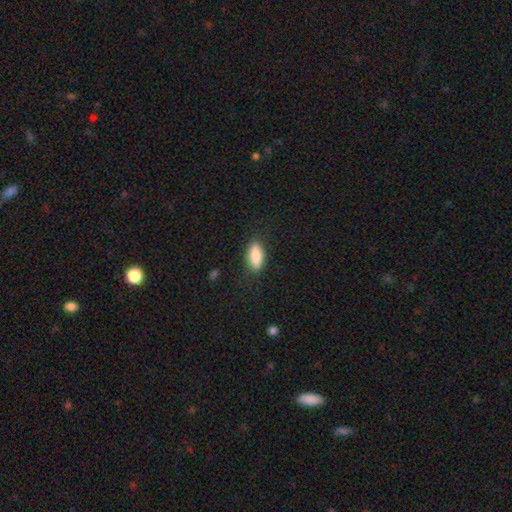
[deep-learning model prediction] The model was most divided on "how rounded": in between: 79%, cigar-shaped: 18%, round: 3%. More confident: smooth or featured — smooth (84%); merging — none (82%).